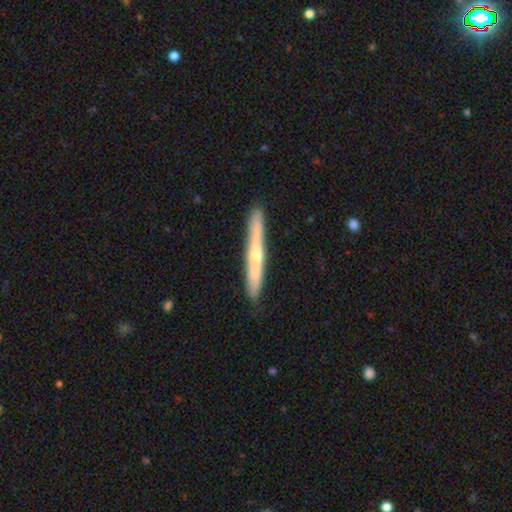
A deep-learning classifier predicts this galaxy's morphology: A featured or disk galaxy (54%) viewed edge-on (94%) with a rounded central bulge (64%).

Vote fractions:
- Smooth or featured? featured or disk: 54% / smooth: 40% / star or artifact: 5%
- Edge-on disk? yes: 94% / no: 6%
- Edge-on bulge? rounded: 64% / none: 32% / boxy: 4%
- Merging? none: 88% / minor disturbance: 9% / major disturbance: 2% / merger: 1%